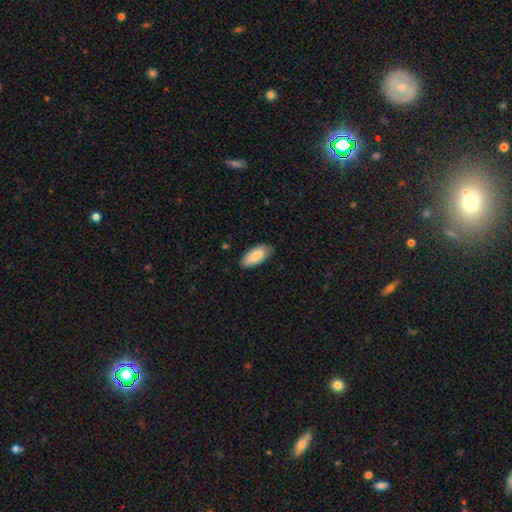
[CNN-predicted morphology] Smooth or featured: smooth — 85% (featured or disk — 9%)
How rounded: in between — 91% (cigar-shaped — 7%)
Merging: none — 75% (minor disturbance — 21%)